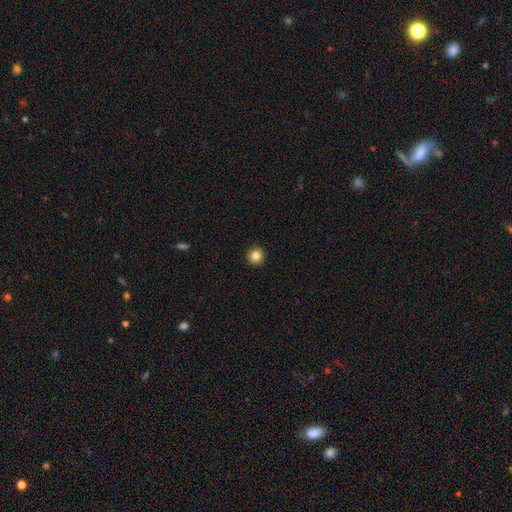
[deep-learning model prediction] The model was most divided on "smooth or featured": smooth: 85%, star or artifact: 11%, featured or disk: 4%. More confident: how rounded — round (95%); merging — none (93%).